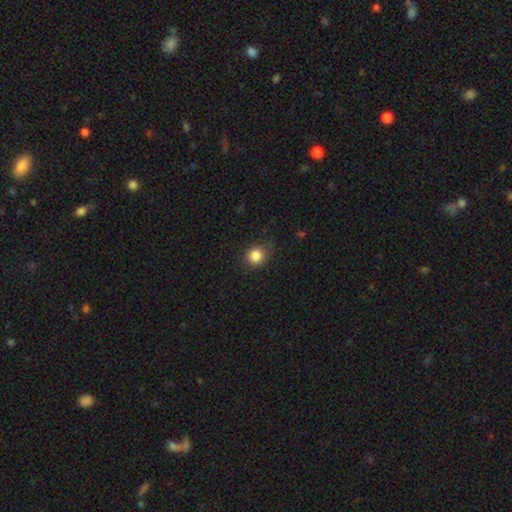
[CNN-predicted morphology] The model was most divided on "how rounded": round: 83%, in between: 16%, cigar-shaped: 1%. More confident: smooth or featured — smooth (85%); merging — none (83%).